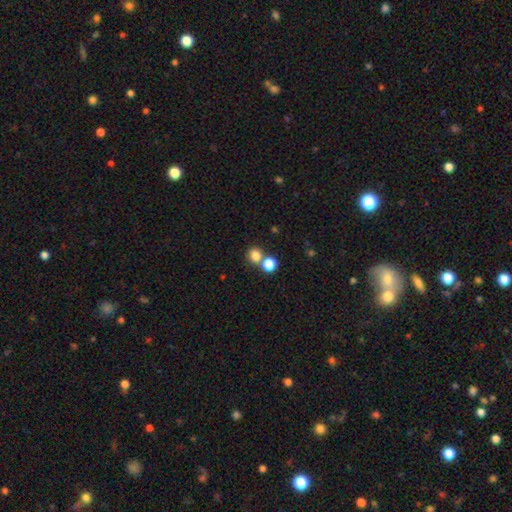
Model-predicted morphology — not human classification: smooth 80%, star or artifact 14%, featured or disk 6%. Down the decision tree: how rounded — round (83%); merging — none (60%).